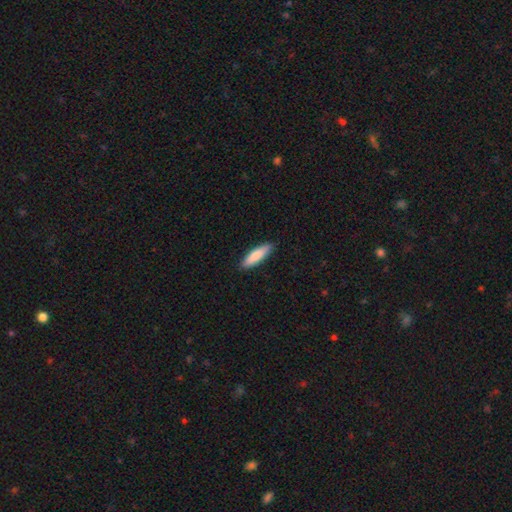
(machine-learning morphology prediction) This appears to be a smooth galaxy with no disk features (84%) that is cigar-shaped (63%). Merging: none (90%).